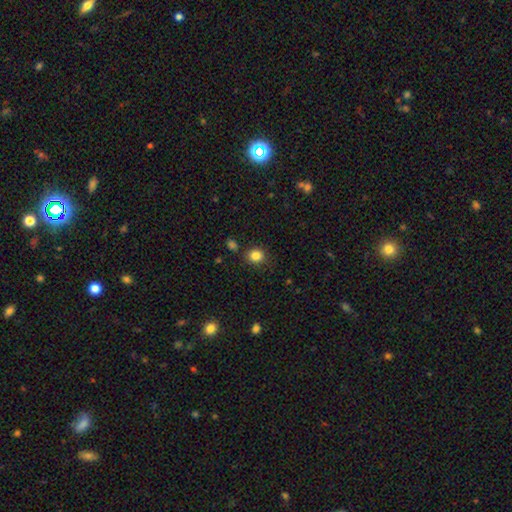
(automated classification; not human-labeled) A smooth galaxy with no disk features (84%) that is round (78%).

Vote fractions:
- Smooth or featured? smooth: 84% / star or artifact: 11% / featured or disk: 5%
- How rounded? round: 78% / in between: 21% / cigar-shaped: 1%
- Merging? none: 85% / minor disturbance: 9% / merger: 3% / major disturbance: 3%